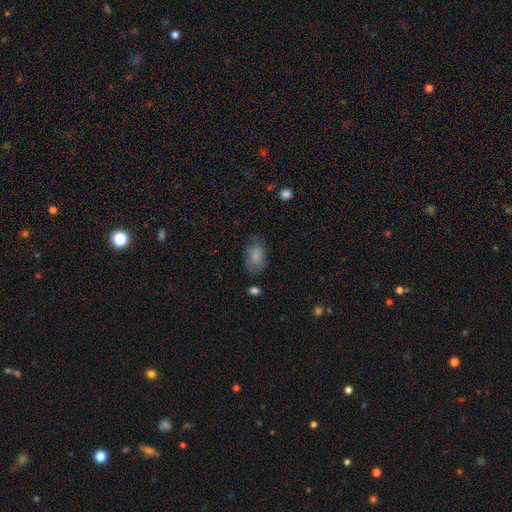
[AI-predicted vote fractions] A smooth galaxy with no disk features (82%) that is in between round and cigar-shaped (90%). Merging: none (66%).